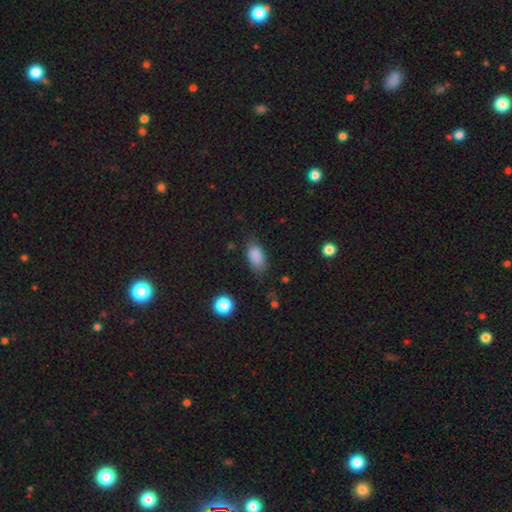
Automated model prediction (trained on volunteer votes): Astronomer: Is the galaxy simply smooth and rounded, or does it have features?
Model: smooth — 85%.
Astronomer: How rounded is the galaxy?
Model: in between — 89%.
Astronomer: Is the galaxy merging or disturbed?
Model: none — 68%.